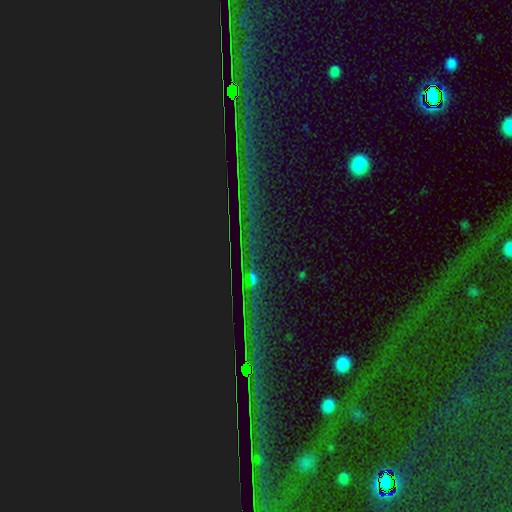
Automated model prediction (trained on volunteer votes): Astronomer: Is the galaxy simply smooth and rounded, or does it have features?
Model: star or artifact — 83%.